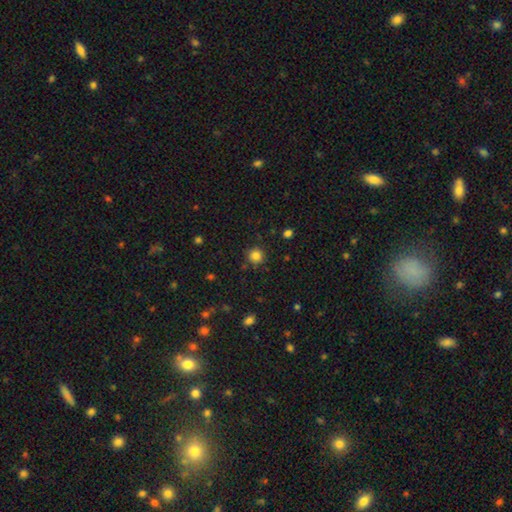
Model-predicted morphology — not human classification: smooth 83%, star or artifact 12%, featured or disk 5%. Down the decision tree: how rounded — round (93%); merging — none (88%).